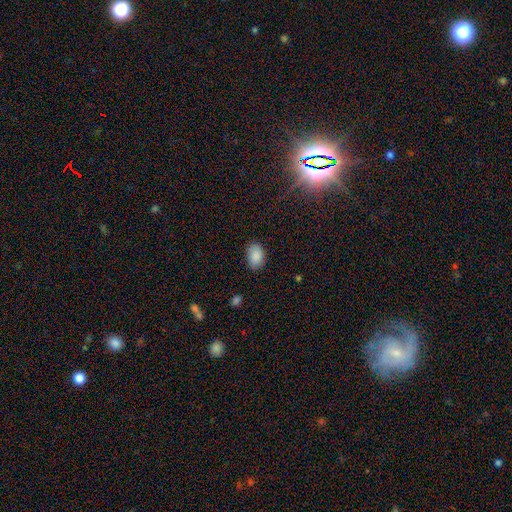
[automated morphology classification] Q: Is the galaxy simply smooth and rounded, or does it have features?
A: smooth — 88%.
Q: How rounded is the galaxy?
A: in between — 86%.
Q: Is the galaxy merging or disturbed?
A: none — 81%.